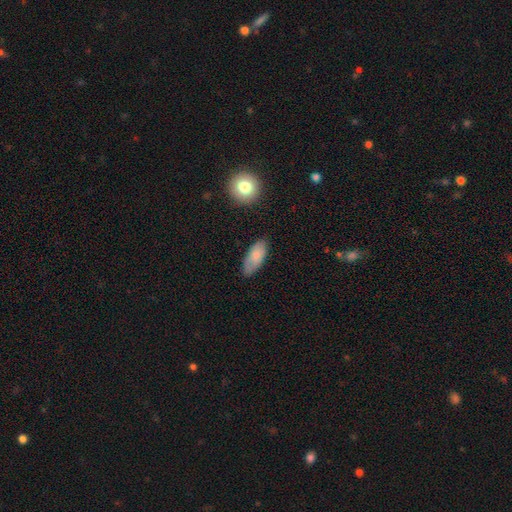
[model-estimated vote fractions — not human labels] Morphology: type=smooth (81%); roundness=in between (88%); merging=none (72%).